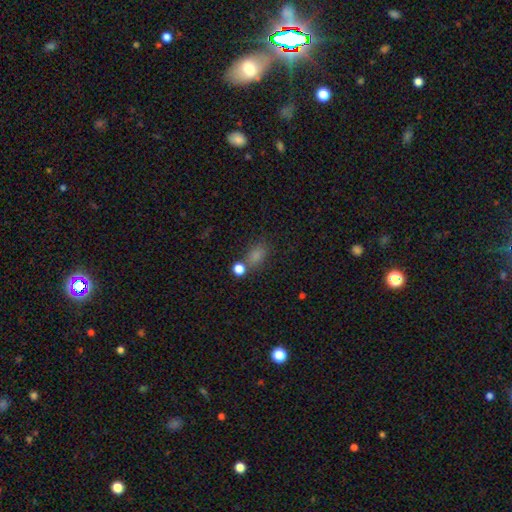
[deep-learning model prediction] Smooth or featured? Predicted: smooth (p=0.78). How rounded? Predicted: in between (p=0.71). Merging? Predicted: none (p=0.63).